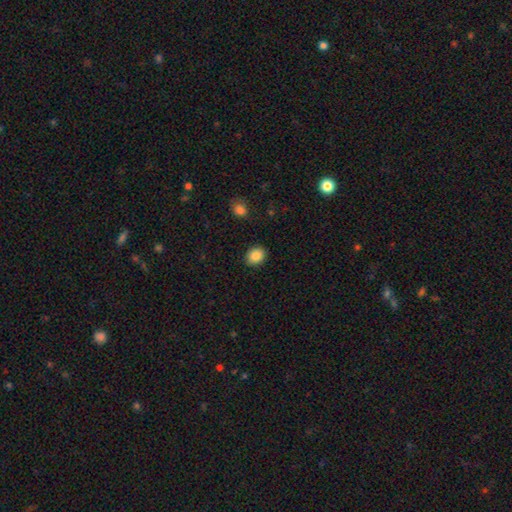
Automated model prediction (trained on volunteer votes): Smooth or featured? smooth (87%)
How rounded? round (54%)
Merging? none (89%)